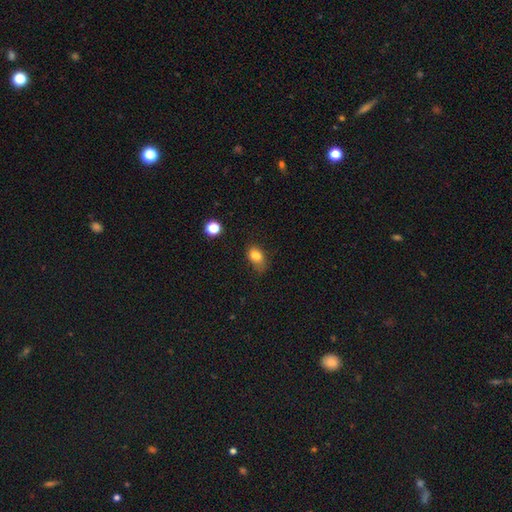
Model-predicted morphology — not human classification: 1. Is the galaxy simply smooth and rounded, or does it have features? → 81% smooth, 11% star or artifact, 8% featured or disk.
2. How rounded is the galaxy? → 74% in between, 24% round, 2% cigar-shaped.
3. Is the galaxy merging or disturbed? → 62% none, 28% minor disturbance, 8% major disturbance, 2% merger.